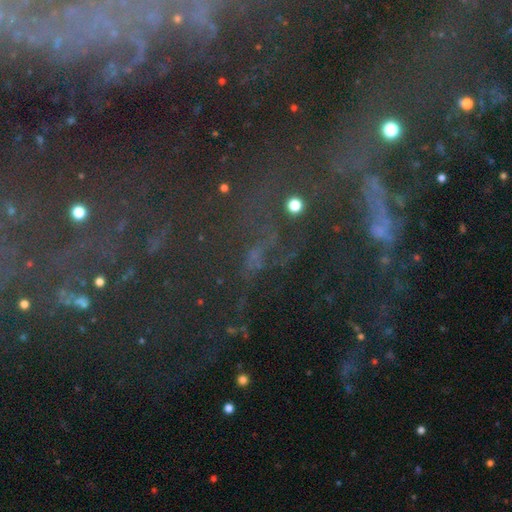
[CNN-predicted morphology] This is likely a star or artifact rather than a galaxy (66%).